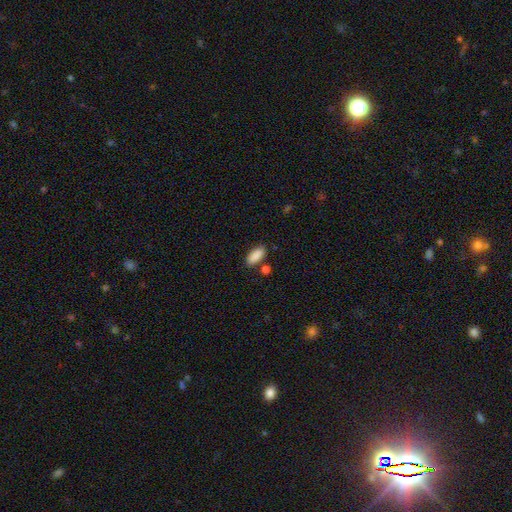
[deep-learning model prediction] Smooth or featured: smooth — 89% (star or artifact — 7%)
How rounded: in between — 86% (cigar-shaped — 12%)
Merging: none — 80% (minor disturbance — 11%)